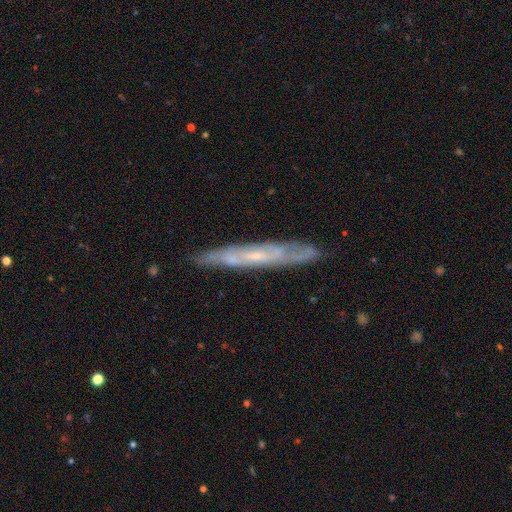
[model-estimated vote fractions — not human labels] This appears to be a featured or disk galaxy (70%) viewed edge-on (71%). Merging: none (83%).